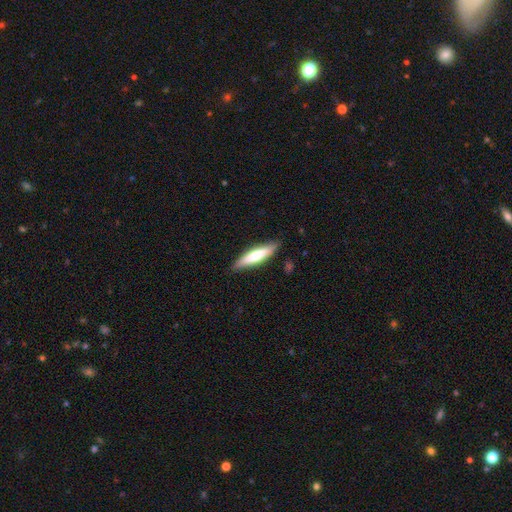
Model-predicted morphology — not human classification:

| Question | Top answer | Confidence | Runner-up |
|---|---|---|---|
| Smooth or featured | smooth | 62% | featured or disk (33%) |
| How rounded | cigar-shaped | 77% | in between (21%) |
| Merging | none | 86% | minor disturbance (11%) |